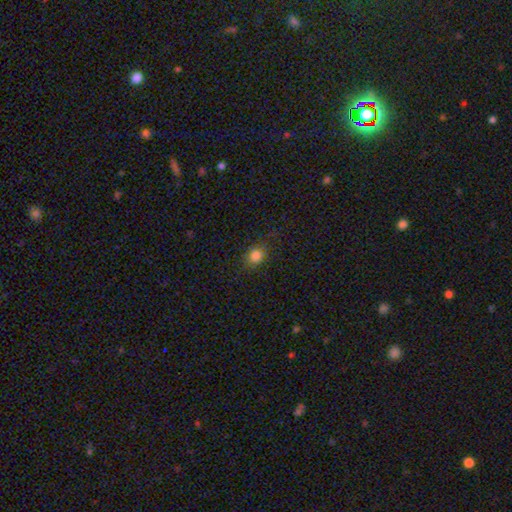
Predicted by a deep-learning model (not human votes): Q: Smooth or featured?
A: smooth (81%); runner-up: star or artifact (13%)
Q: How rounded?
A: round (67%); runner-up: in between (32%)
Q: Merging?
A: none (83%); runner-up: minor disturbance (12%)